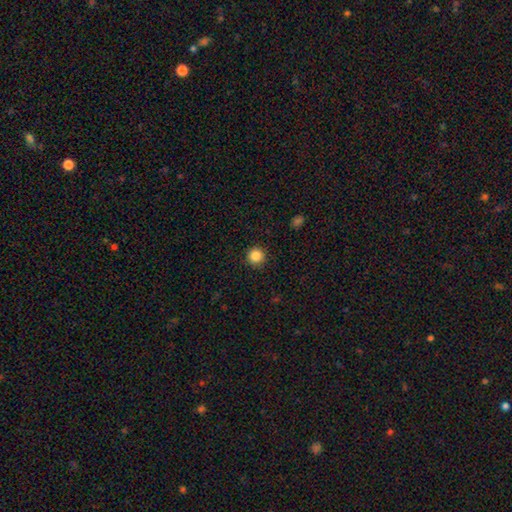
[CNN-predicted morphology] Smooth or featured? Predicted: smooth (p=0.86). How rounded? Predicted: round (p=0.96). Merging? Predicted: none (p=0.92).